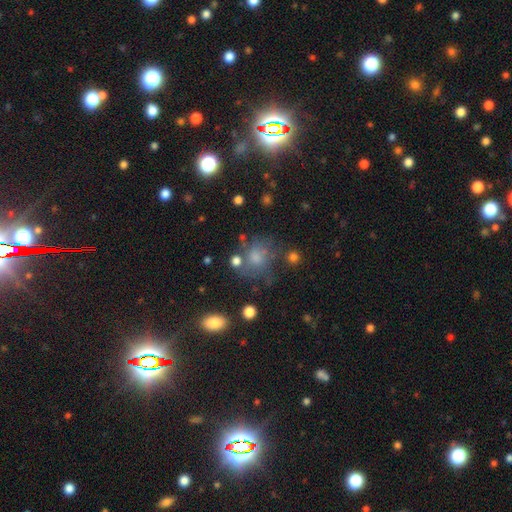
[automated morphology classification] A smooth galaxy with no disk features (59%) that is round (72%).

Vote fractions:
- Smooth or featured? smooth: 59% / featured or disk: 21% / star or artifact: 20%
- How rounded? round: 72% / in between: 27% / cigar-shaped: 1%
- Merging? none: 60% / minor disturbance: 20% / major disturbance: 13% / merger: 7%